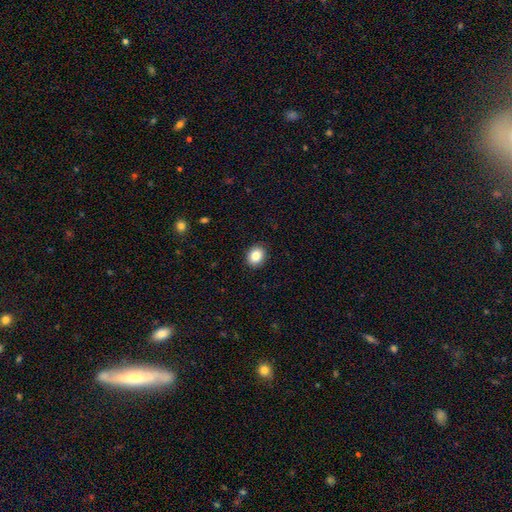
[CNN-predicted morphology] smooth_or_featured: smooth (p=0.86) [alt: star or artifact p=0.09]
how_rounded: round (p=0.52) [alt: in between p=0.47]
merging: none (p=0.90) [alt: minor disturbance p=0.07]